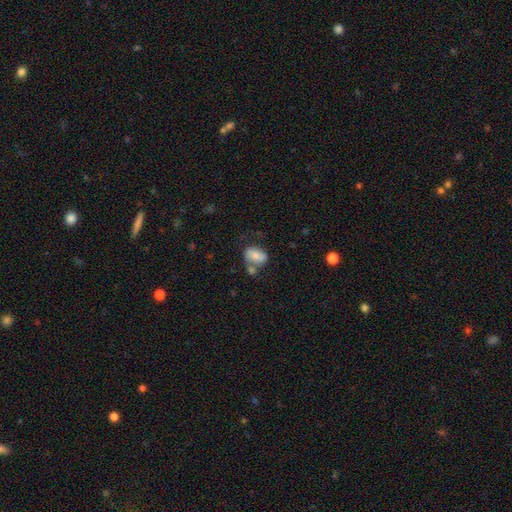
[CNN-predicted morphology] Smooth or featured? Predicted: smooth (p=0.67). How rounded? Predicted: in between (p=0.76). Merging? Predicted: none (p=0.45).